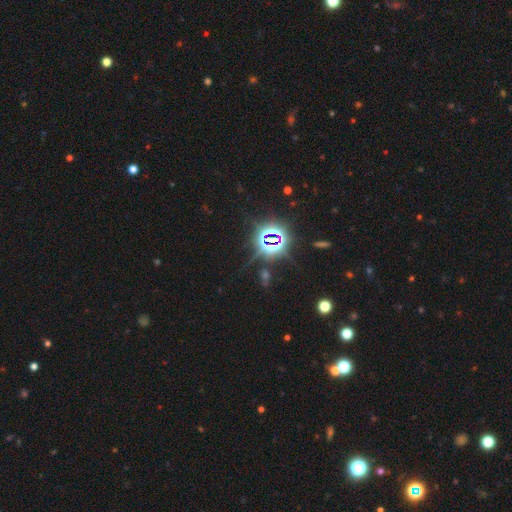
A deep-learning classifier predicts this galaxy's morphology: star or artifact 82%, smooth 11%, featured or disk 7%.